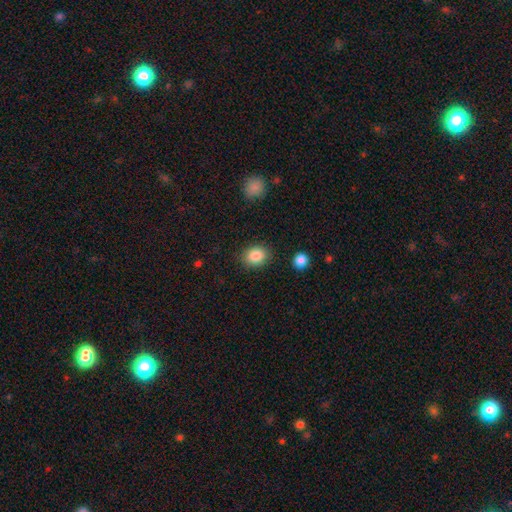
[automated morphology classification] Smooth or featured?
  - smooth: 87% *
  - star or artifact: 9%
  - featured or disk: 5%
How rounded?
  - round: 52% *
  - in between: 47%
  - cigar-shaped: 1%
Merging?
  - none: 85% *
  - minor disturbance: 10%
  - major disturbance: 3%
  - merger: 2%